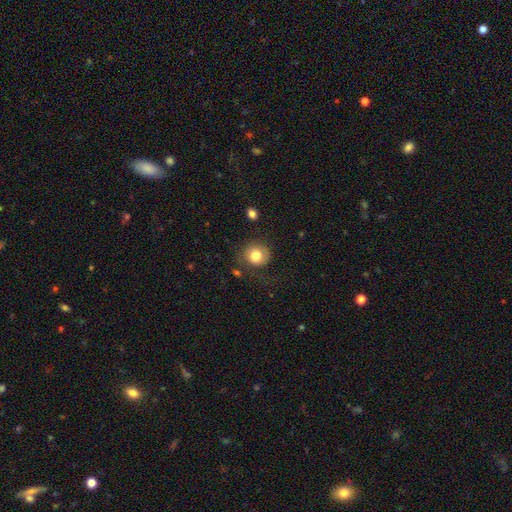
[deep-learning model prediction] Overall: smooth (78%). How rounded: round (85%). Merging: none (65%).